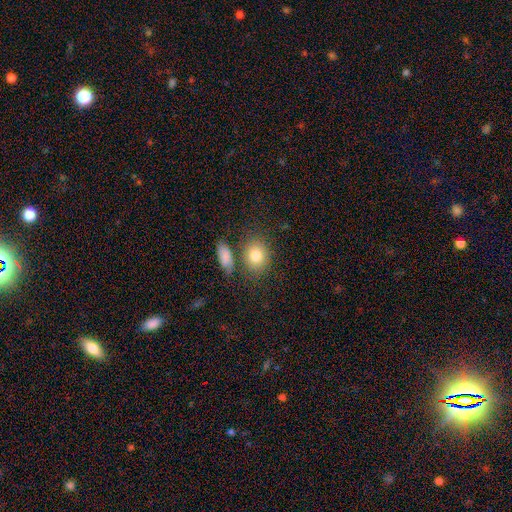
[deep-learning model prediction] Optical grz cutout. It shows a smooth galaxy with no disk features (82%) that is round (52%). Merging: none (70%).